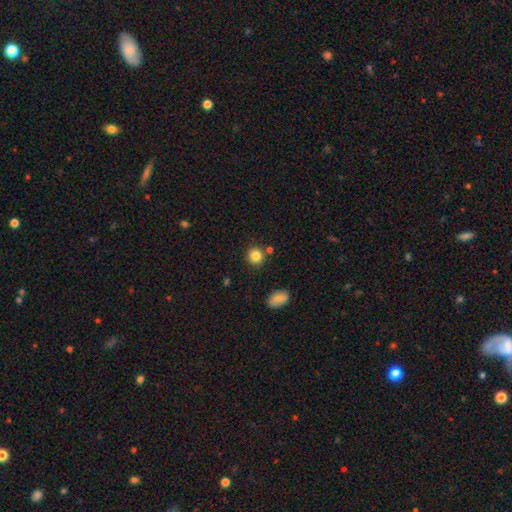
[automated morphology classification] Smooth or featured? Predicted: smooth (p=0.84). How rounded? Predicted: round (p=0.87). Merging? Predicted: none (p=0.84).